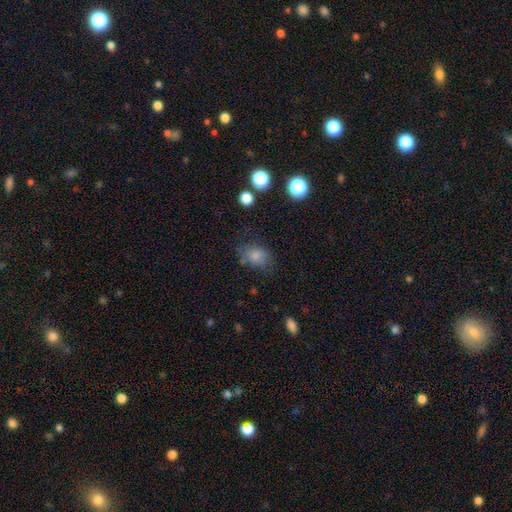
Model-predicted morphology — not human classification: Smooth or featured: smooth — 79% (star or artifact — 12%)
How rounded: in between — 65% (round — 34%)
Merging: none — 63% (minor disturbance — 23%)